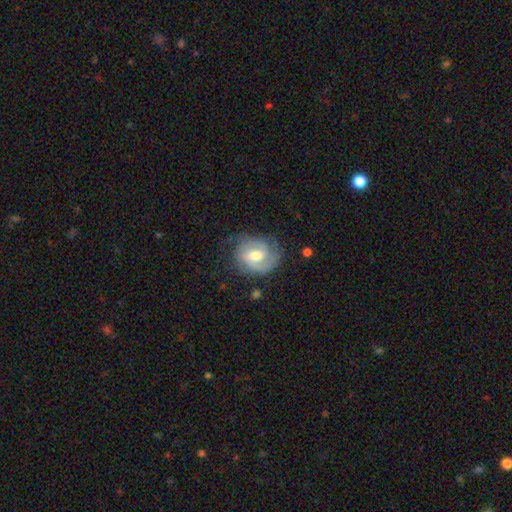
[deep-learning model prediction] Q: Smooth or featured?
A: featured or disk (75%); runner-up: smooth (19%)
Q: Edge-on disk?
A: no (97%); runner-up: yes (3%)
Q: Bar?
A: weak (54%); runner-up: no (30%)
Q: Spiral arms?
A: yes (91%); runner-up: no (9%)
Q: Spiral winding?
A: tight (50%); runner-up: medium (38%)
Q: Spiral arm count?
A: 2 (62%); runner-up: can't tell (17%)
Q: Bulge size?
A: moderate (69%); runner-up: small (19%)
Q: Merging?
A: none (67%); runner-up: minor disturbance (21%)